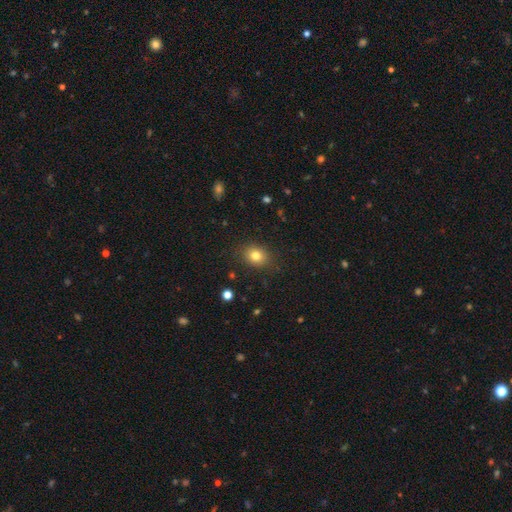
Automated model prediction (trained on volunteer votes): smooth 80%, star or artifact 12%, featured or disk 8%. Down the decision tree: how rounded — in between (50%); merging — none (86%).